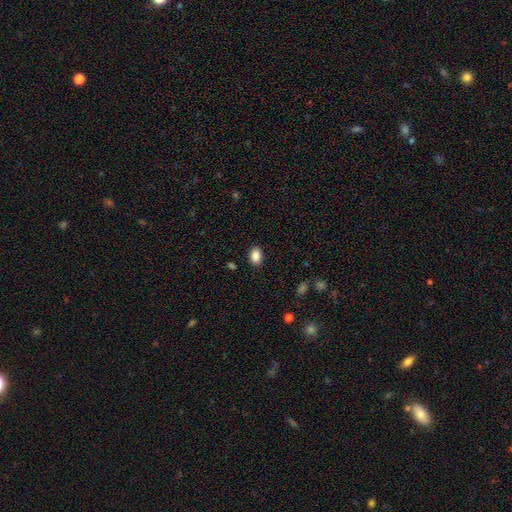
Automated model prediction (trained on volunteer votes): The model was most divided on "how rounded": in between: 81%, round: 18%, cigar-shaped: 1%. More confident: merging — none (88%); smooth or featured — smooth (88%).